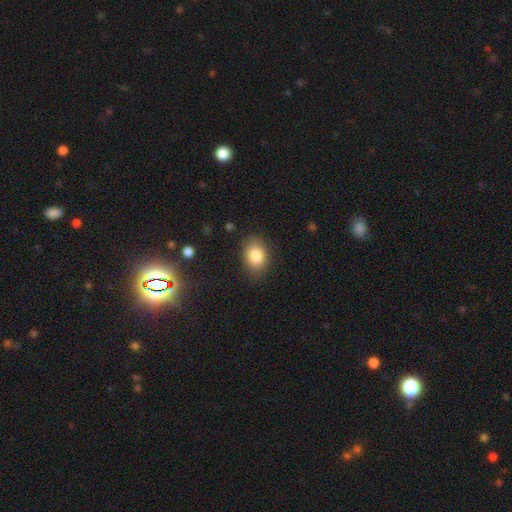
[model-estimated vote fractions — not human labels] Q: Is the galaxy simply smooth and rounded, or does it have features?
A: smooth — 84%.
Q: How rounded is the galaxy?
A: in between — 68%.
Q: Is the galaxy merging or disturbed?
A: none — 82%.